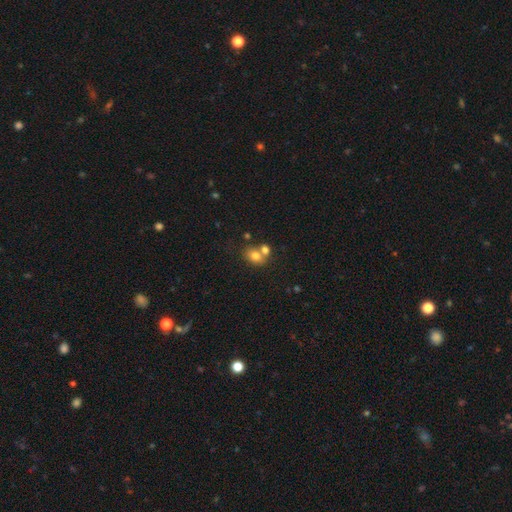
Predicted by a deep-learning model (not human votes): Overall: smooth (76%). How rounded: in between (55%; round 44%). Merging: none (44%; merger 42%).